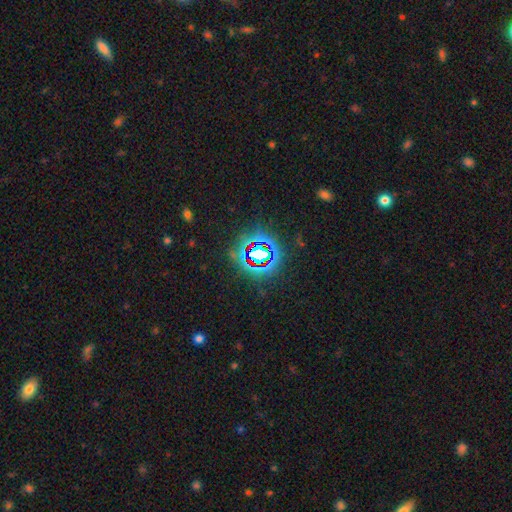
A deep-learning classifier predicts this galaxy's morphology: A star or artifact, not a galaxy (76%).